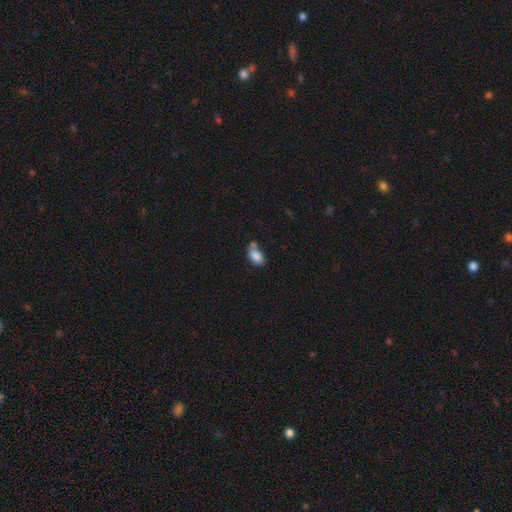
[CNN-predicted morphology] Smooth or featured? smooth (85%)
How rounded? in between (89%)
Merging? none (48%)